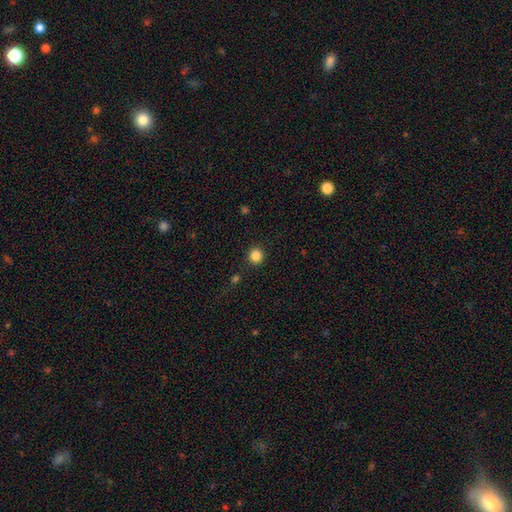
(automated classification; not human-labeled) A smooth galaxy with no disk features (85%) that is round (92%).

Vote fractions:
- Smooth or featured? smooth: 85% / star or artifact: 12% / featured or disk: 3%
- How rounded? round: 92% / in between: 7% / cigar-shaped: 1%
- Merging? none: 90% / minor disturbance: 6% / major disturbance: 2% / merger: 2%